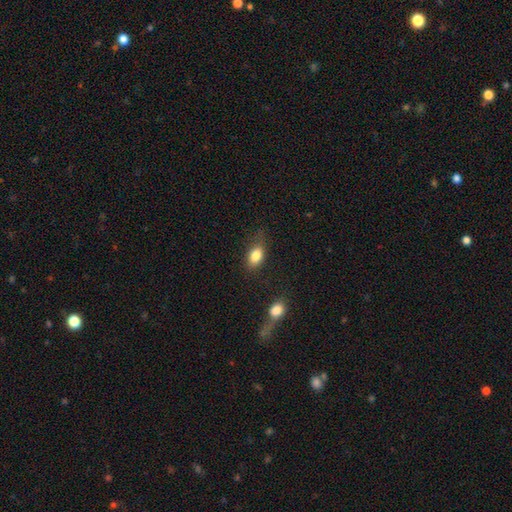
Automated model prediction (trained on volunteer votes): smooth 84%, star or artifact 8%, featured or disk 8%. Down the decision tree: how rounded — in between (84%); merging — none (65%).